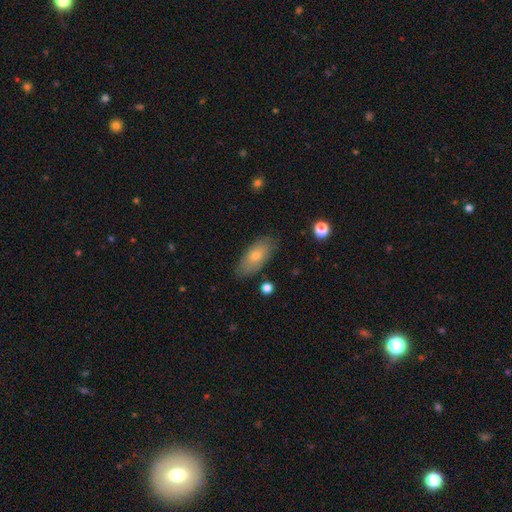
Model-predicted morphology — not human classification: This is likely a smooth galaxy (72%). How rounded: clearly in between (86%). Merging: likely none (80%).